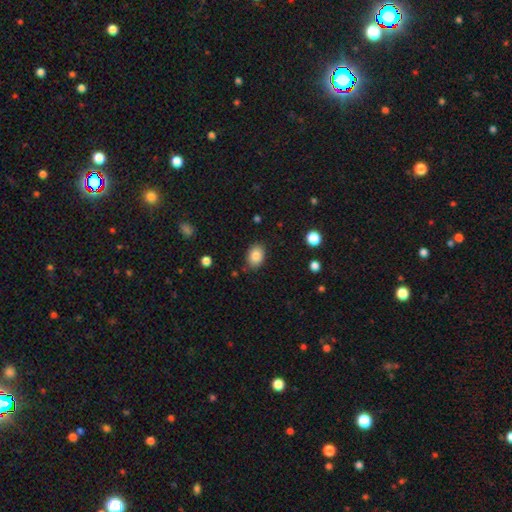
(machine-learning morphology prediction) Smooth or featured?
  - smooth: 86% *
  - star or artifact: 8%
  - featured or disk: 6%
How rounded?
  - in between: 77% *
  - round: 22%
  - cigar-shaped: 1%
Merging?
  - none: 81% *
  - minor disturbance: 14%
  - major disturbance: 3%
  - merger: 2%